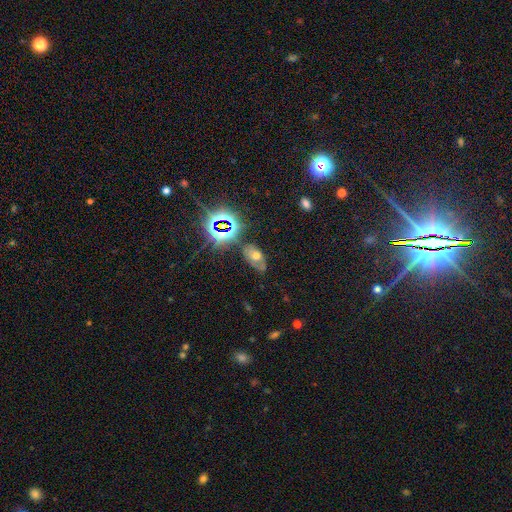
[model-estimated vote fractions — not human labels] A smooth galaxy with no disk features (42%). Merging: none (58%).